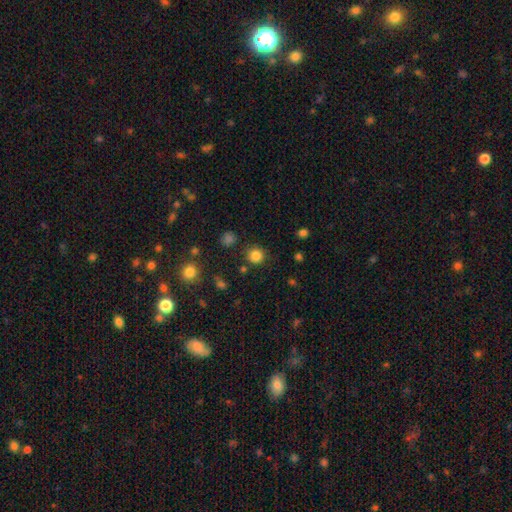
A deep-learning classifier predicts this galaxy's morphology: smooth_or_featured: smooth (p=0.84) [alt: star or artifact p=0.12]
how_rounded: round (p=0.92) [alt: in between p=0.07]
merging: none (p=0.86) [alt: minor disturbance p=0.08]